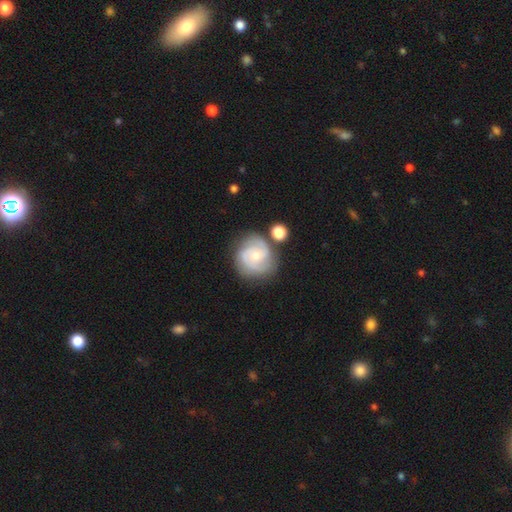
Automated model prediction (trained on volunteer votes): This is likely a featured or disk galaxy (77%). It is clearly not viewed edge-on (98%). Bar: likely no (66%). Spiral arm pattern: clearly yes (95%). Spiral arm count: marginally 2 (39%). Spiral winding: possibly tight (45%). Central bulge: possibly small (50%). Merging: likely none (70%).